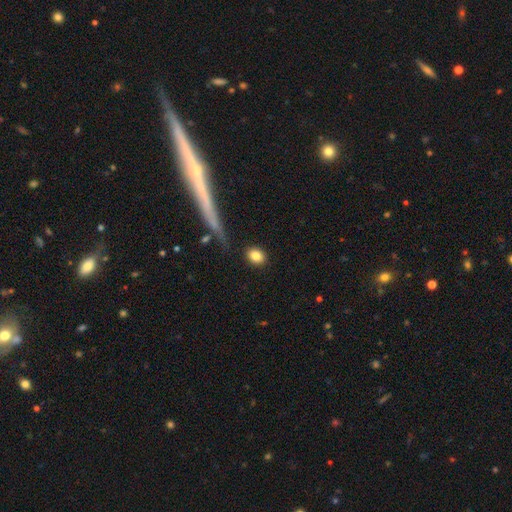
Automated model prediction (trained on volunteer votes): Q: Smooth or featured?
A: smooth (84%); runner-up: star or artifact (8%)
Q: How rounded?
A: in between (53%); runner-up: round (45%)
Q: Merging?
A: none (86%); runner-up: minor disturbance (8%)